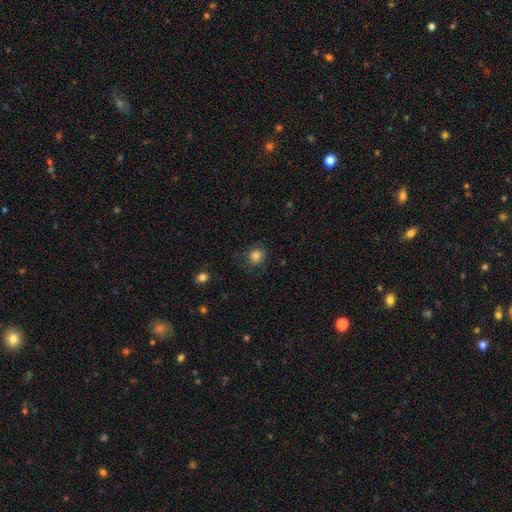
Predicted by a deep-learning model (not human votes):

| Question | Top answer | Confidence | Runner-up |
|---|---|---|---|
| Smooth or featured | smooth | 83% | star or artifact (10%) |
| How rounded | round | 81% | in between (18%) |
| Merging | none | 75% | minor disturbance (17%) |